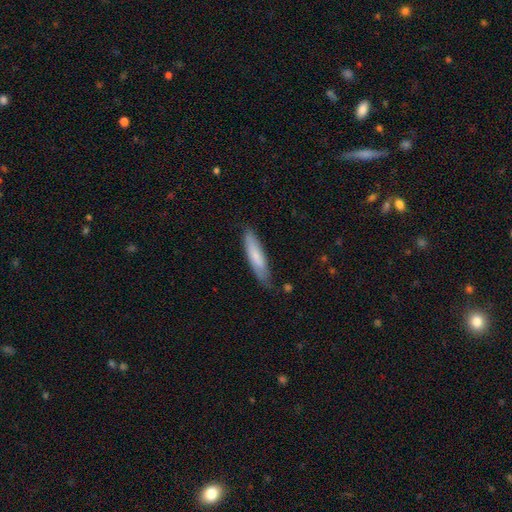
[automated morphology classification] This is likely a smooth galaxy (72%). How rounded: likely cigar-shaped (80%). Merging: likely none (73%).